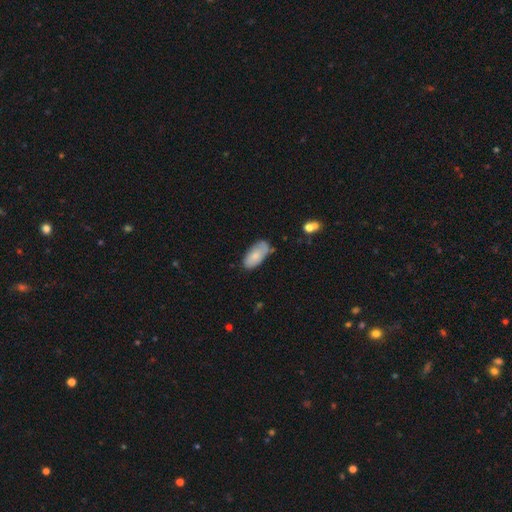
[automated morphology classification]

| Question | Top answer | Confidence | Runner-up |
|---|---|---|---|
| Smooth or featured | smooth | 75% | featured or disk (19%) |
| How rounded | in between | 92% | cigar-shaped (5%) |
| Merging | none | 66% | minor disturbance (26%) |